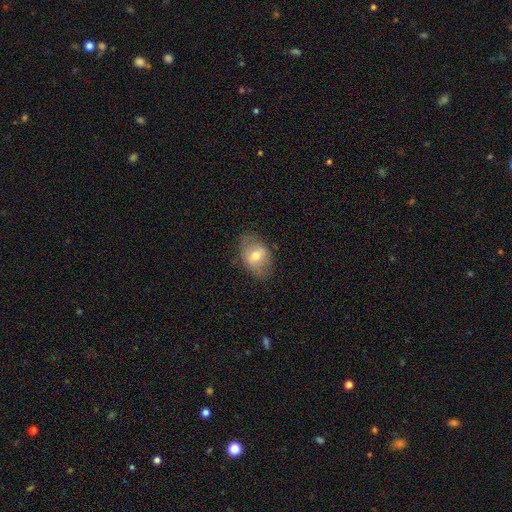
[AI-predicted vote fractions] Smooth or featured?
  - smooth: 61% *
  - featured or disk: 30%
  - star or artifact: 8%
How rounded?
  - in between: 76% *
  - round: 23%
  - cigar-shaped: 1%
Merging?
  - none: 75% *
  - minor disturbance: 18%
  - major disturbance: 6%
  - merger: 1%